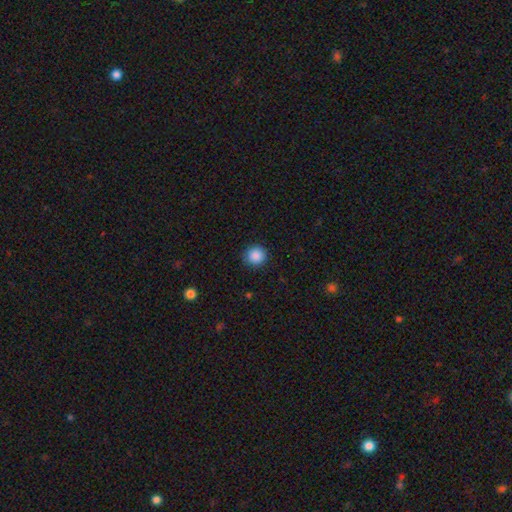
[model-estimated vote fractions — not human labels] Smooth or featured?
  - smooth: 88% *
  - star or artifact: 9%
  - featured or disk: 3%
How rounded?
  - round: 94% *
  - in between: 5%
  - cigar-shaped: 1%
Merging?
  - none: 91% *
  - minor disturbance: 6%
  - major disturbance: 2%
  - merger: 1%